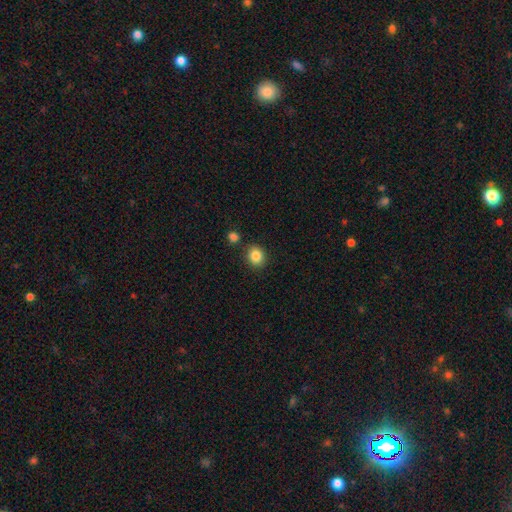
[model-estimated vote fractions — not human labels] Smooth or featured?
  - smooth: 85% *
  - star or artifact: 10%
  - featured or disk: 5%
How rounded?
  - round: 67% *
  - in between: 32%
  - cigar-shaped: 1%
Merging?
  - none: 82% *
  - minor disturbance: 9%
  - merger: 6%
  - major disturbance: 3%